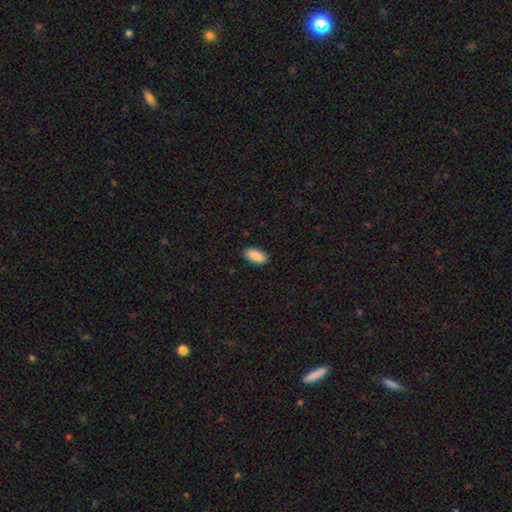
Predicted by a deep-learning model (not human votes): smooth_or_featured: smooth (p=0.90) [alt: star or artifact p=0.06]
how_rounded: in between (p=0.93) [alt: cigar-shaped p=0.04]
merging: none (p=0.89) [alt: minor disturbance p=0.09]